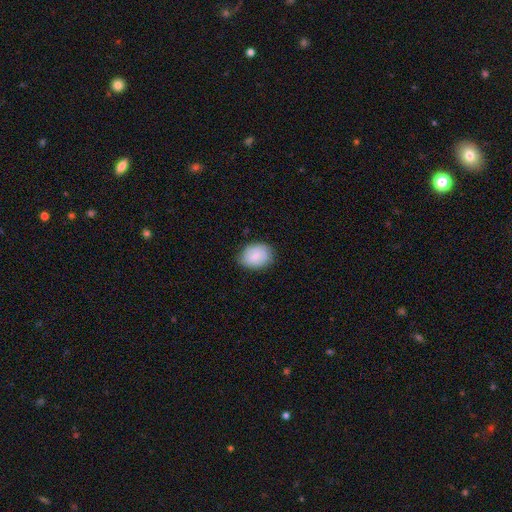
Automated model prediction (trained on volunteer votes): This appears to be a smooth galaxy with no disk features (69%) that is in between round and cigar-shaped (65%). Merging: none (79%).